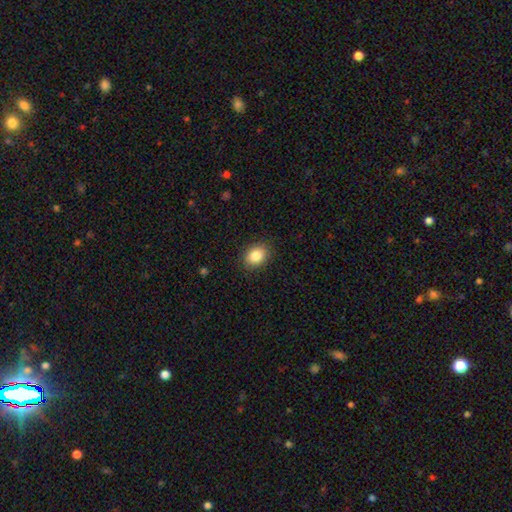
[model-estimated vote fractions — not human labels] Smooth or featured? Predicted: smooth (p=0.85). How rounded? Predicted: in between (p=0.67). Merging? Predicted: none (p=0.88).